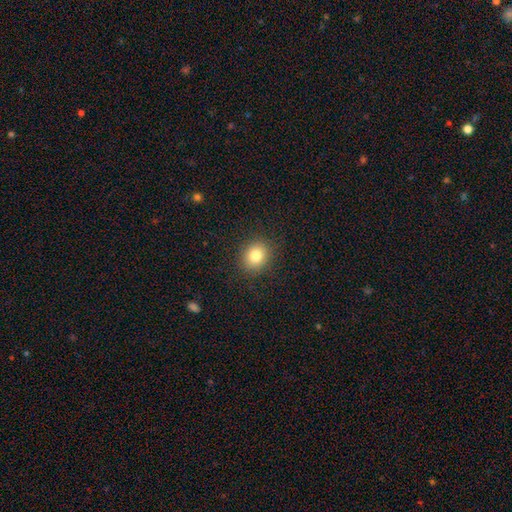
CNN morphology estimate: A smooth galaxy with no disk features (81%) that is round (70%).

Vote fractions:
- Smooth or featured? smooth: 81% / star or artifact: 11% / featured or disk: 8%
- How rounded? round: 70% / in between: 29% / cigar-shaped: 1%
- Merging? none: 89% / minor disturbance: 8% / major disturbance: 3% / merger: 1%